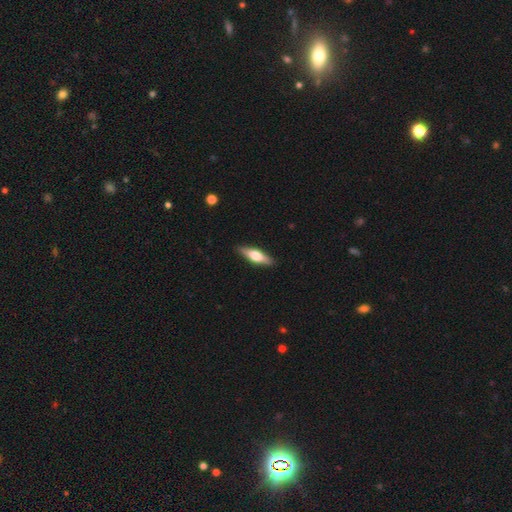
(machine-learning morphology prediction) smooth-or-featured: smooth: 49% | featured or disk: 45% | star or artifact: 5%
  merging: none: 89% | minor disturbance: 8% | major disturbance: 2% | merger: 1%